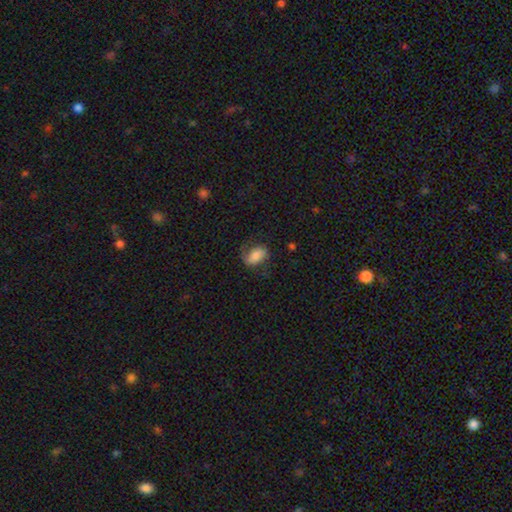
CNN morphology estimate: This appears to be a smooth galaxy with no disk features (61%) that is in between round and cigar-shaped (84%). Merging: none (59%).